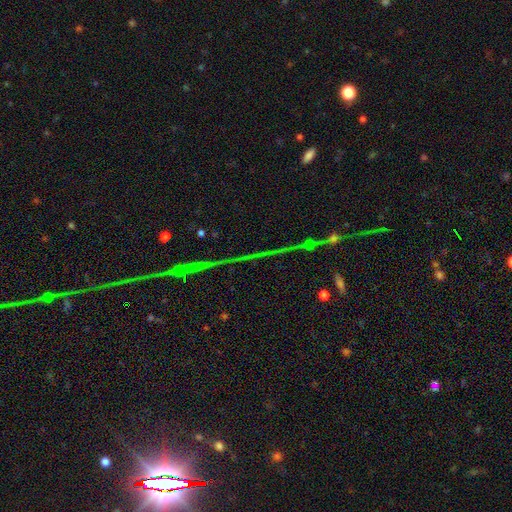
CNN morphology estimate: This appears to be a star or artifact, not a galaxy (74%).